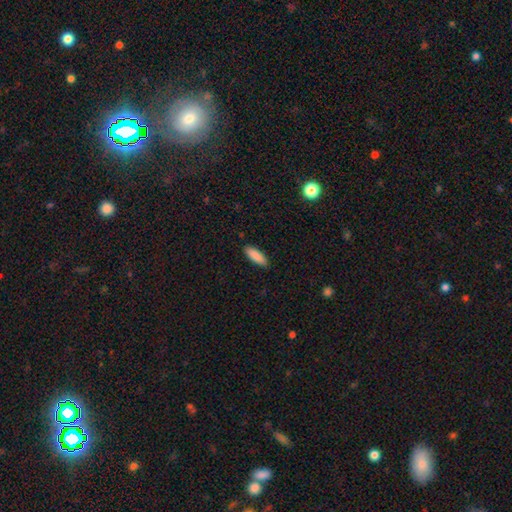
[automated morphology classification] This is clearly a smooth galaxy (89%). How rounded: possibly in between (59%). Merging: clearly none (89%).